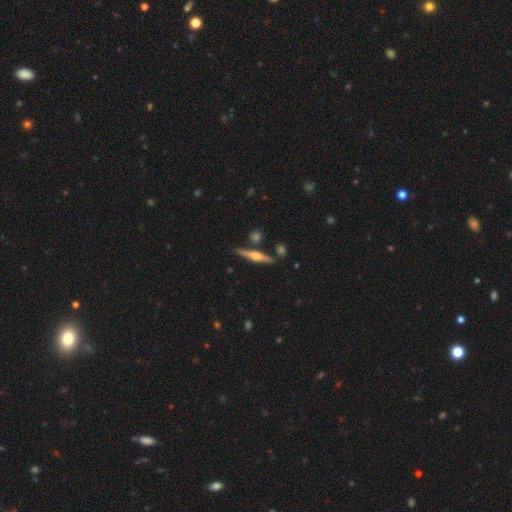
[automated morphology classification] Smooth or featured?
  - featured or disk: 70% *
  - smooth: 24%
  - star or artifact: 6%
Edge-on disk?
  - yes: 98% *
  - no: 2%
Edge-on bulge?
  - rounded: 80% *
  - boxy: 15%
  - none: 5%
Merging?
  - none: 83% *
  - minor disturbance: 9%
  - merger: 5%
  - major disturbance: 2%